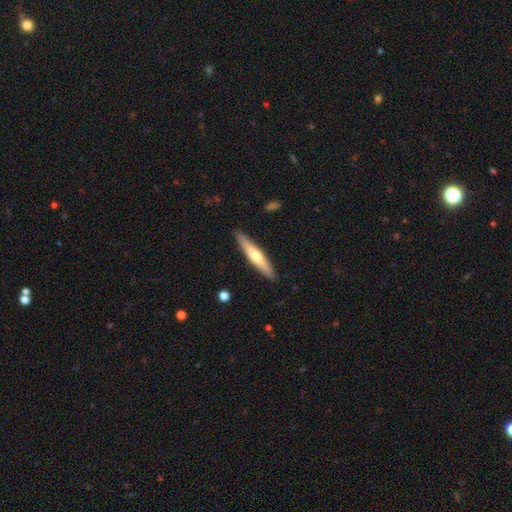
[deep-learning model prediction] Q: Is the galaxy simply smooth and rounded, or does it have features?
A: featured or disk — 50%.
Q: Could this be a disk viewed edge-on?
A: yes — 92%.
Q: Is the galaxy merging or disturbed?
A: none — 90%.